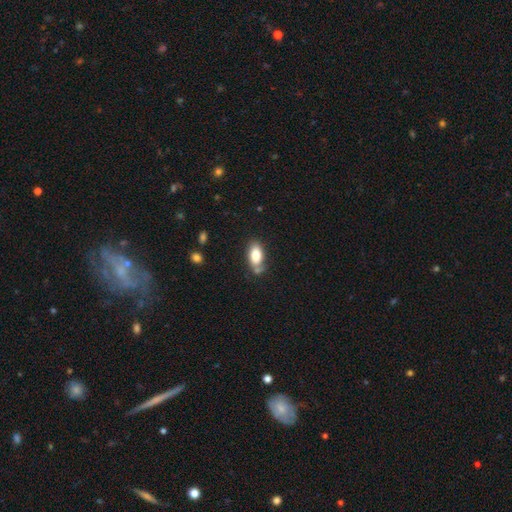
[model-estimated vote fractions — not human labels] Q: Smooth or featured?
A: smooth (80%); runner-up: featured or disk (13%)
Q: How rounded?
A: in between (91%); runner-up: cigar-shaped (5%)
Q: Merging?
A: none (61%); runner-up: minor disturbance (21%)